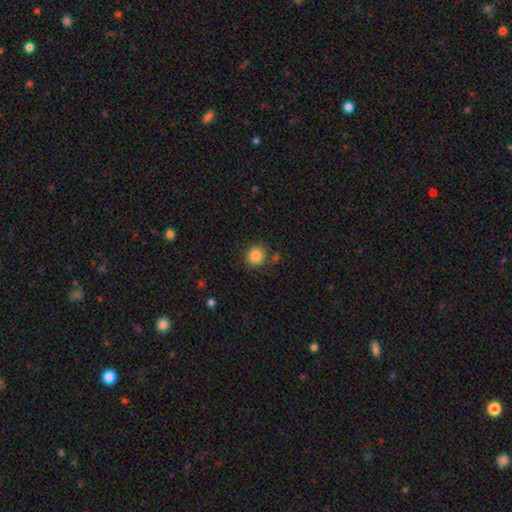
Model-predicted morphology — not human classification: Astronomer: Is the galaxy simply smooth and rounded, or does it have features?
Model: smooth — 84%.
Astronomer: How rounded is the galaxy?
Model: round — 89%.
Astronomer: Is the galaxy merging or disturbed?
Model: none — 82%.